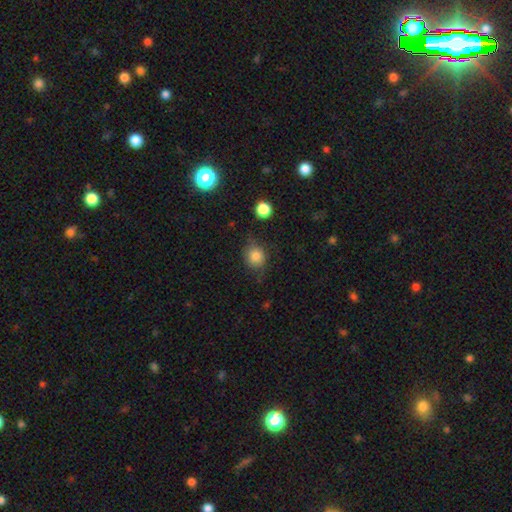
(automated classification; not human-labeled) smooth-or-featured: smooth: 81% | star or artifact: 11% | featured or disk: 8%
  how-rounded: round: 77% | in between: 22% | cigar-shaped: 1%
  merging: none: 69% | minor disturbance: 21% | major disturbance: 6% | merger: 3%